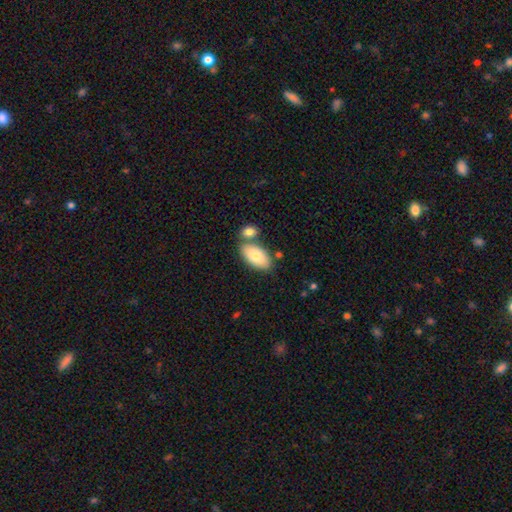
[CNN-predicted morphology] This appears to be a smooth galaxy with no disk features (79%) that is in between round and cigar-shaped (94%). Merging: none (63%).